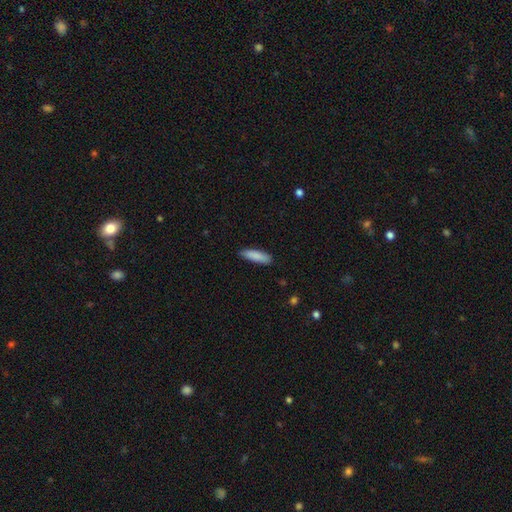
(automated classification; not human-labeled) Overall: smooth (87%). How rounded: cigar-shaped (60%; in between 38%). Merging: none (83%).